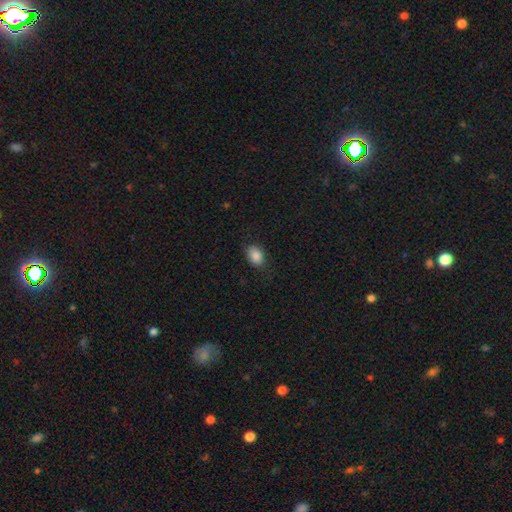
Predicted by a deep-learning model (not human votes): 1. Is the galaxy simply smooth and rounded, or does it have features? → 88% smooth, 8% star or artifact, 4% featured or disk.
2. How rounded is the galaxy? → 81% in between, 17% round, 1% cigar-shaped.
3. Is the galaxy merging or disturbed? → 80% none, 15% minor disturbance, 4% major disturbance, 1% merger.